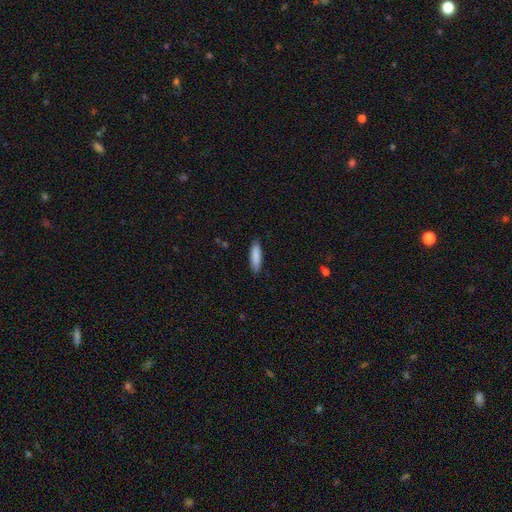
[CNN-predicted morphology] smooth_or_featured: smooth (p=0.88) [alt: featured or disk p=0.07]
how_rounded: cigar-shaped (p=0.63) [alt: in between p=0.36]
merging: none (p=0.87) [alt: minor disturbance p=0.10]